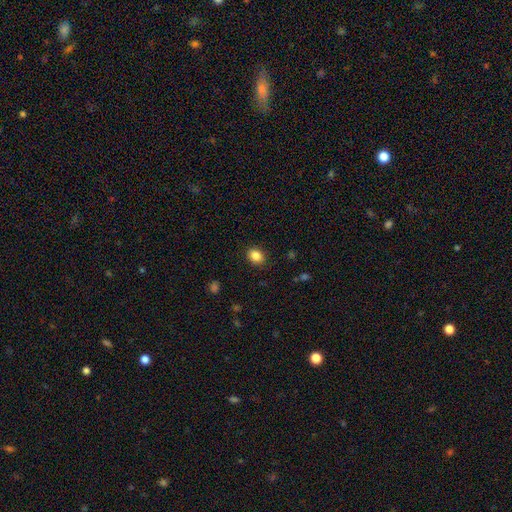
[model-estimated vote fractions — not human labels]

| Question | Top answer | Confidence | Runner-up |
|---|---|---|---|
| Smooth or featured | smooth | 86% | star or artifact (10%) |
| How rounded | in between | 57% | round (43%) |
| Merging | none | 88% | minor disturbance (8%) |